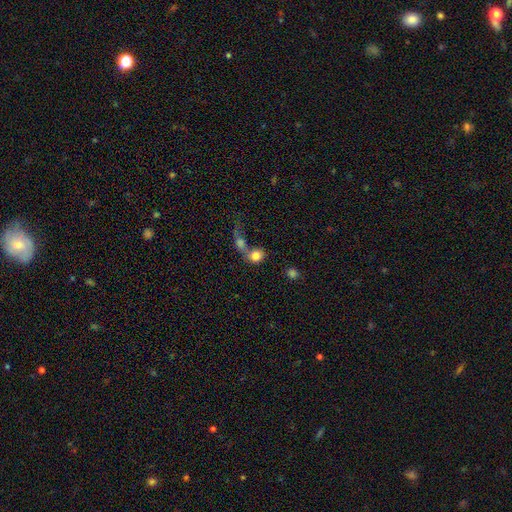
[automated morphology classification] Smooth or featured? smooth (80%)
How rounded? round (70%)
Merging? merger (57%)